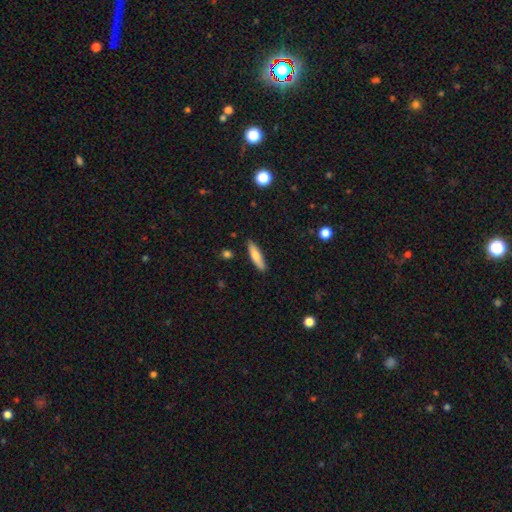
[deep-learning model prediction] Overall: smooth (74%). How rounded: cigar-shaped (75%). Merging: none (88%).